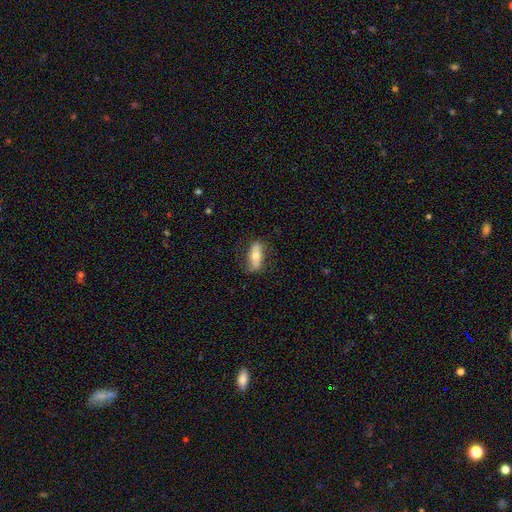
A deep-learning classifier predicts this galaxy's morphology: Smooth or featured? Predicted: smooth (p=0.56). How rounded? Predicted: in between (p=0.67). Merging? Predicted: none (p=0.78).